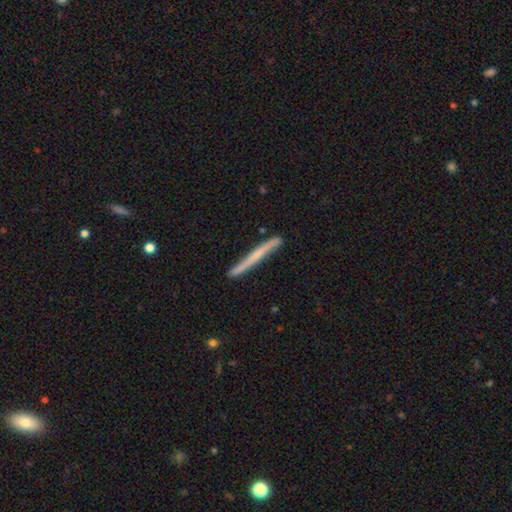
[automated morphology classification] smooth_or_featured: featured or disk (p=0.54) [alt: smooth p=0.40]
disk_edge_on: yes (p=0.95) [alt: no p=0.05]
edge_on_bulge: none (p=0.67) [alt: rounded p=0.26]
merging: none (p=0.87) [alt: minor disturbance p=0.10]